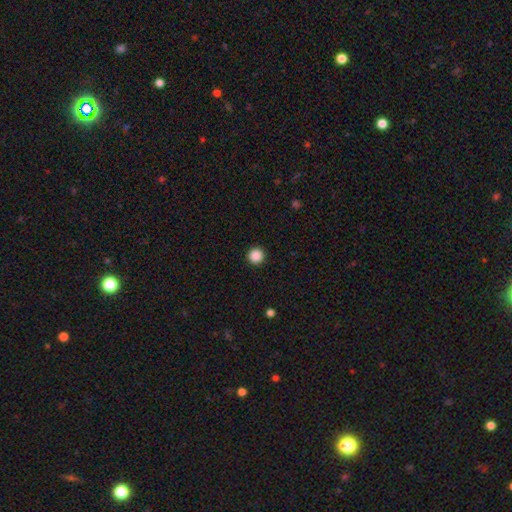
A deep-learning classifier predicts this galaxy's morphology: smooth 88%, star or artifact 10%, featured or disk 2%. Down the decision tree: how rounded — round (96%); merging — none (93%).